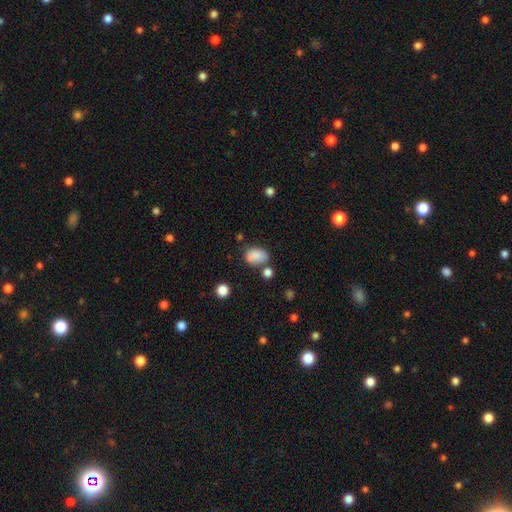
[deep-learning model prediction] A smooth galaxy with no disk features (84%) that is in between round and cigar-shaped (81%).

Vote fractions:
- Smooth or featured? smooth: 84% / star or artifact: 9% / featured or disk: 7%
- How rounded? in between: 81% / round: 17% / cigar-shaped: 1%
- Merging? none: 59% / minor disturbance: 20% / merger: 14% / major disturbance: 7%